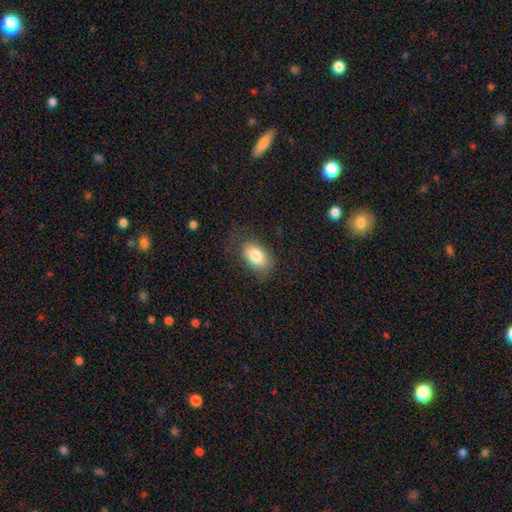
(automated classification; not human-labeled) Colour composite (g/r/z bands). It shows a smooth galaxy with no disk features (82%) that is in between round and cigar-shaped (91%). Merging: none (73%).